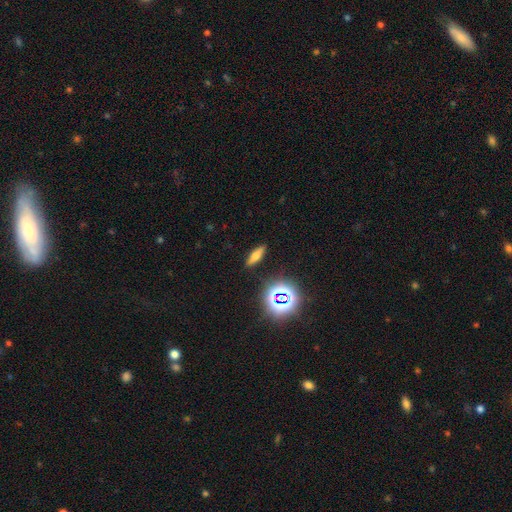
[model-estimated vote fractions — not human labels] Smooth or featured? smooth (55%)
How rounded? cigar-shaped (58%)
Merging? none (89%)